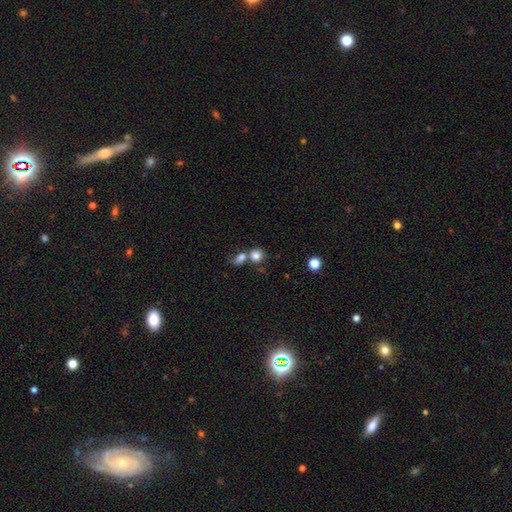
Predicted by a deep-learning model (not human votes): Overall: smooth (81%). How rounded: round (76%). Merging: merger (44%; none 41%).